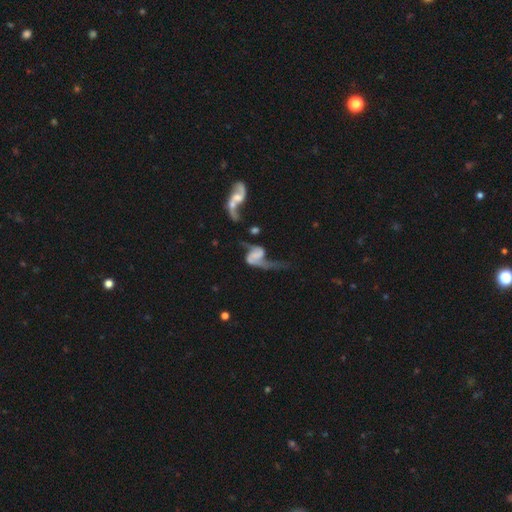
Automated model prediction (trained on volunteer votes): The model was most divided on "merging": major disturbance: 33%, none: 26%, merger: 25%, minor disturbance: 15%. More confident: edge-on disk — no (96%); spiral arms — yes (88%); spiral arm count — 2 (82%); spiral winding — loose (78%); smooth or featured — featured or disk (77%); bulge size — none (62%); bar — no (50%).